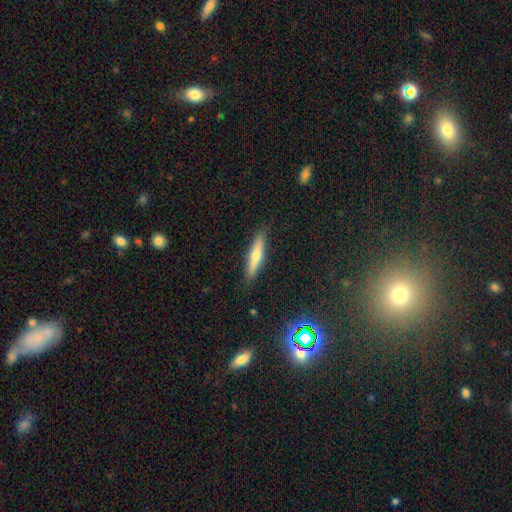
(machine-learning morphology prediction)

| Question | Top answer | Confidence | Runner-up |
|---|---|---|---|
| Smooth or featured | smooth | 48% | featured or disk (43%) |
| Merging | none | 89% | minor disturbance (8%) |